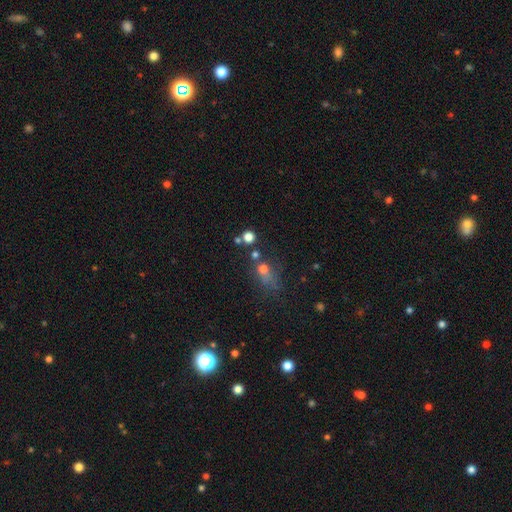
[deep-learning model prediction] Overall: smooth (49%; star or artifact 36%). Merging: none (55%; merger 17%).